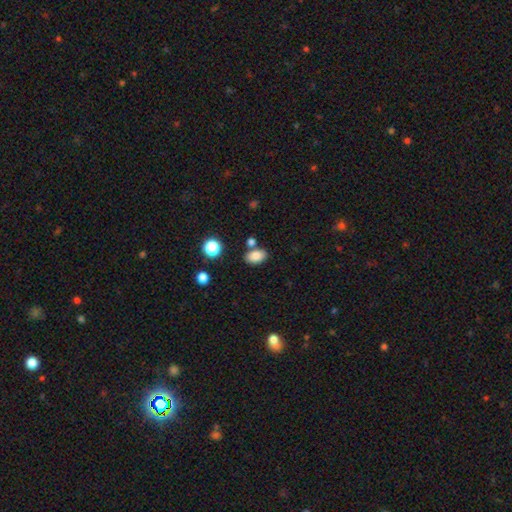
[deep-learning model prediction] Smooth or featured? smooth (83%)
How rounded? in between (88%)
Merging? none (74%)